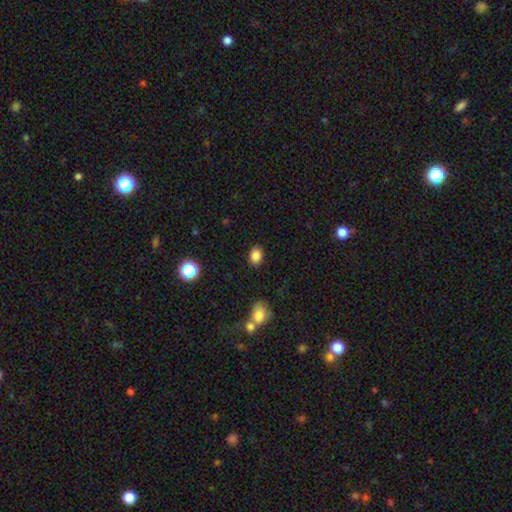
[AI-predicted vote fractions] smooth_or_featured: smooth (p=0.85) [alt: star or artifact p=0.10]
how_rounded: in between (p=0.71) [alt: round p=0.28]
merging: none (p=0.87) [alt: minor disturbance p=0.09]